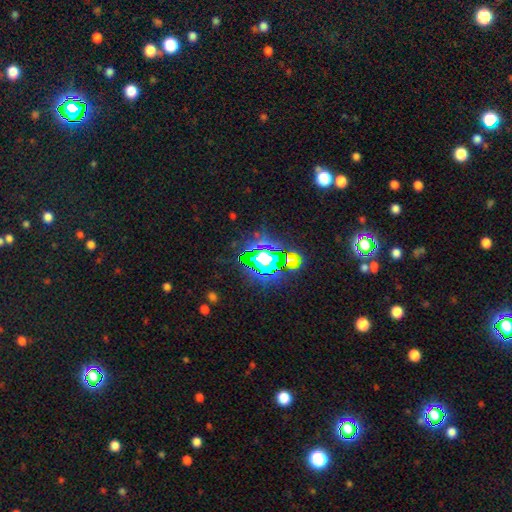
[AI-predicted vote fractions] Overall: star or artifact (68%).